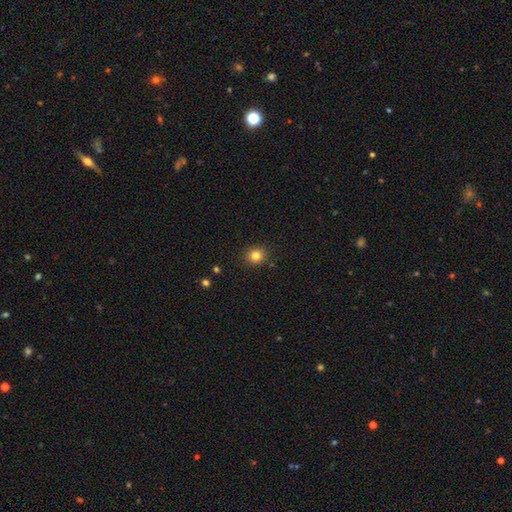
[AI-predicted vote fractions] Smooth or featured?
  - smooth: 82% *
  - star or artifact: 12%
  - featured or disk: 6%
How rounded?
  - round: 84% *
  - in between: 15%
  - cigar-shaped: 1%
Merging?
  - none: 89% *
  - minor disturbance: 8%
  - major disturbance: 2%
  - merger: 1%